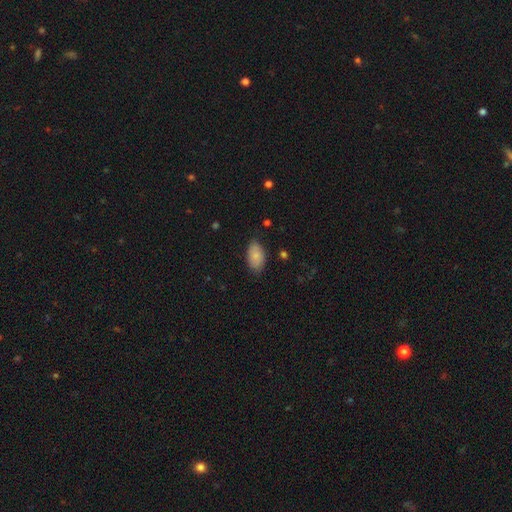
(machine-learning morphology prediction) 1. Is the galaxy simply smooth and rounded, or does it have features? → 82% smooth, 11% featured or disk, 7% star or artifact.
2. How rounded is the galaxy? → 94% in between, 5% round, 2% cigar-shaped.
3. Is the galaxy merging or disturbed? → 77% none, 19% minor disturbance, 3% major disturbance, 1% merger.